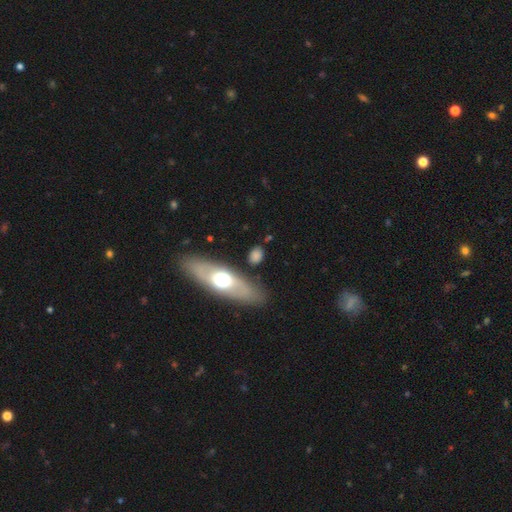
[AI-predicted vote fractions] Q: Smooth or featured?
A: smooth (52%); runner-up: featured or disk (38%)
Q: How rounded?
A: in between (46%); runner-up: cigar-shaped (31%)
Q: Merging?
A: none (81%); runner-up: minor disturbance (11%)